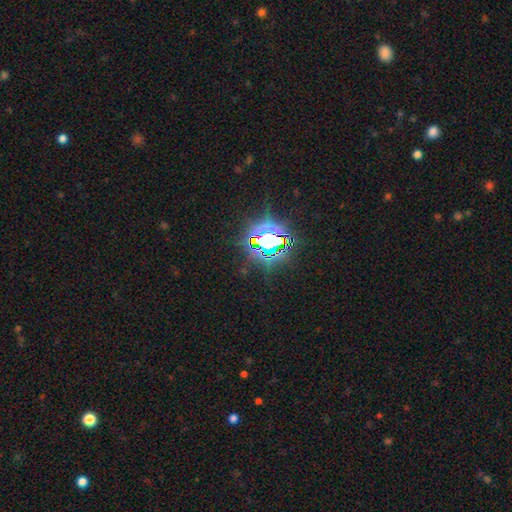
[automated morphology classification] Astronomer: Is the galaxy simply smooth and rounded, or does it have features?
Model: star or artifact — 82%.